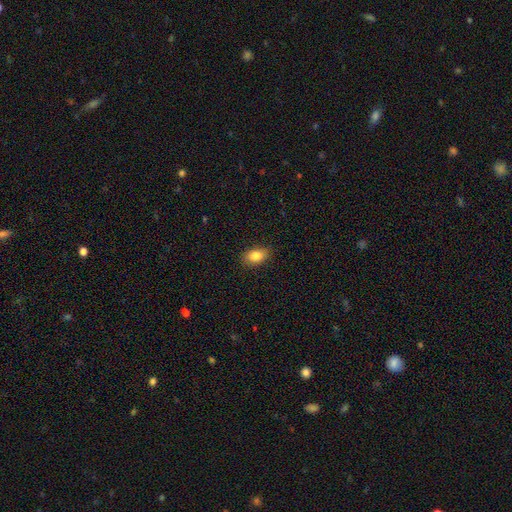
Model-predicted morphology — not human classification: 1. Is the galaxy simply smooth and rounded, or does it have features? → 84% smooth, 8% star or artifact, 8% featured or disk.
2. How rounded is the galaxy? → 86% in between, 12% round, 2% cigar-shaped.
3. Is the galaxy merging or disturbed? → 86% none, 11% minor disturbance, 2% major disturbance, 1% merger.